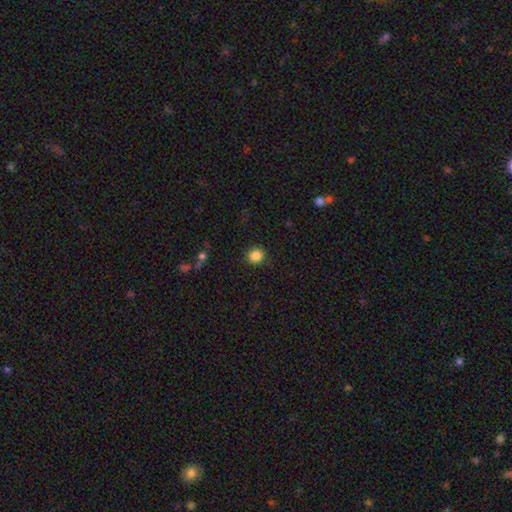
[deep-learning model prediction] smooth-or-featured: smooth: 86% | star or artifact: 10% | featured or disk: 4%
  how-rounded: round: 89% | in between: 10% | cigar-shaped: 1%
  merging: none: 90% | minor disturbance: 6% | major disturbance: 2% | merger: 1%